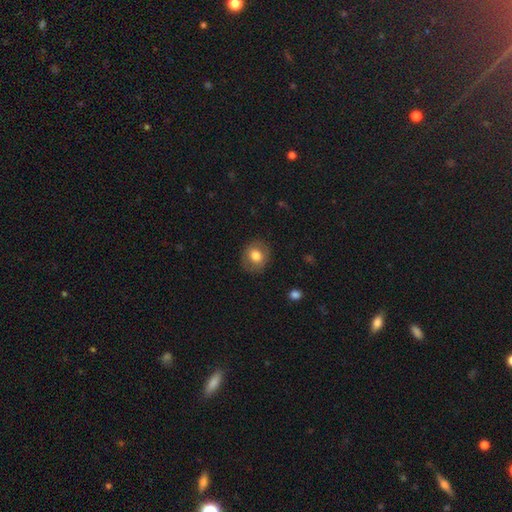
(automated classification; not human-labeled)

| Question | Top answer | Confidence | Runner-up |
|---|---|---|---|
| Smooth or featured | smooth | 74% | featured or disk (18%) |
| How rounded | round | 74% | in between (25%) |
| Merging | none | 85% | minor disturbance (10%) |